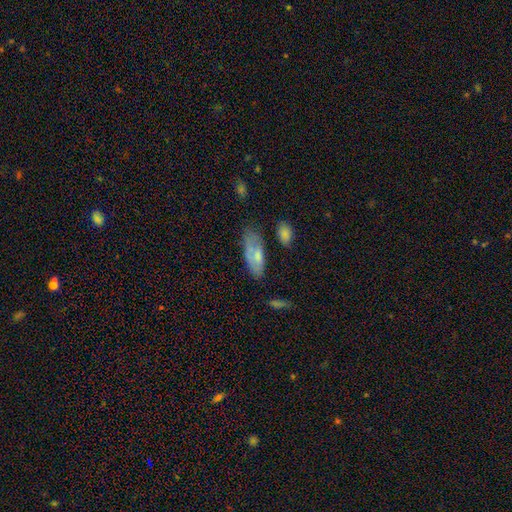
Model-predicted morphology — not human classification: Smooth or featured? smooth (66%)
How rounded? in between (81%)
Merging? none (52%)